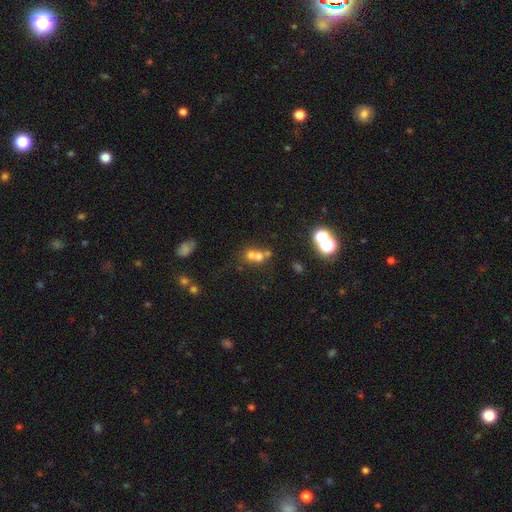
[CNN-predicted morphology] A smooth galaxy with no disk features (59%) that is round (70%).

Vote fractions:
- Smooth or featured? smooth: 59% / featured or disk: 21% / star or artifact: 20%
- How rounded? round: 70% / in between: 28% / cigar-shaped: 2%
- Merging? merger: 60% / none: 29% / minor disturbance: 7% / major disturbance: 4%